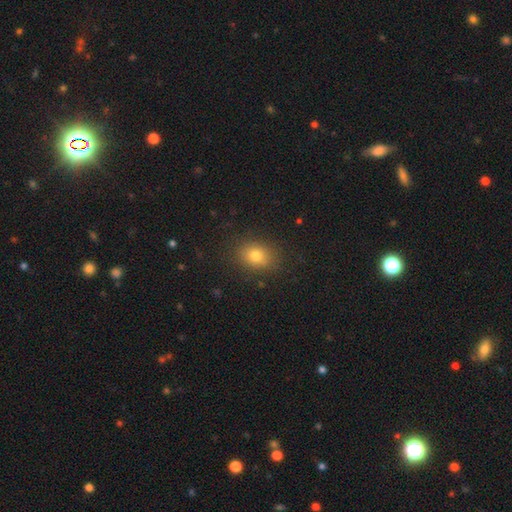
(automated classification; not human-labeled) smooth 79%, star or artifact 12%, featured or disk 9%. Down the decision tree: how rounded — in between (63%); merging — none (86%).